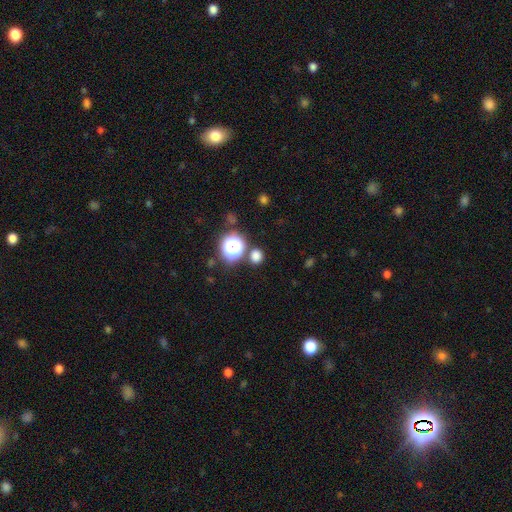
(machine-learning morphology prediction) A smooth galaxy with no disk features (72%) that is round (81%).

Vote fractions:
- Smooth or featured? smooth: 72% / star or artifact: 23% / featured or disk: 5%
- How rounded? round: 81% / in between: 18% / cigar-shaped: 1%
- Merging? none: 79% / merger: 9% / minor disturbance: 9% / major disturbance: 3%